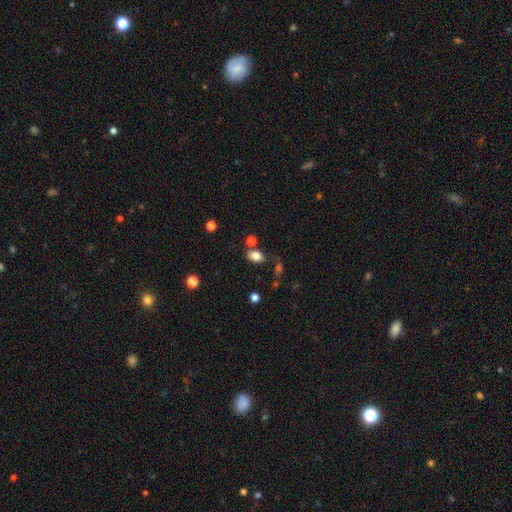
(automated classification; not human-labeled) Overall: smooth (81%). How rounded: in between (82%). Merging: none (63%).